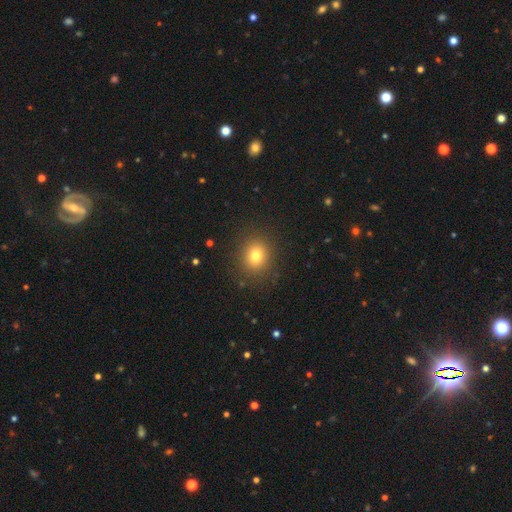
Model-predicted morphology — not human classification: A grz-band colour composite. It shows a smooth galaxy with no disk features (78%) that is round (76%). Merging: none (88%).